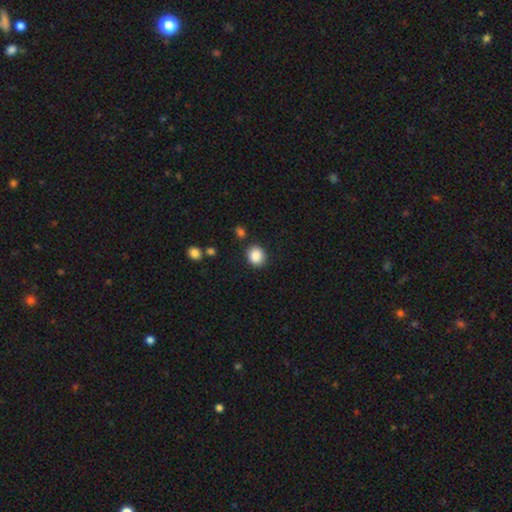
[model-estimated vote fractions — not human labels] The model was most divided on "how rounded": round: 71%, in between: 28%, cigar-shaped: 1%. More confident: smooth or featured — smooth (88%); merging — none (85%).